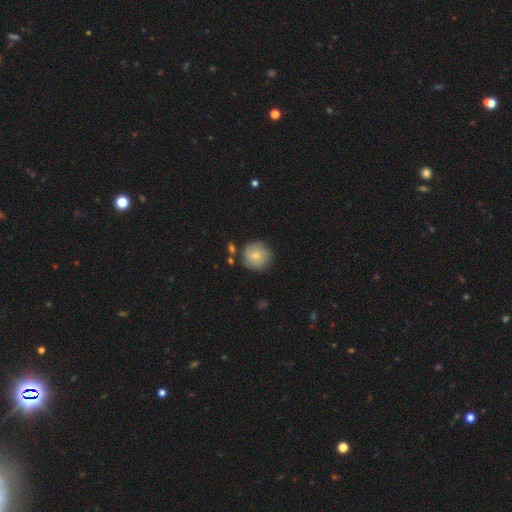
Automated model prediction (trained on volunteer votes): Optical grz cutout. It shows a smooth galaxy with no disk features (77%) that is round (94%). Merging: none (79%).